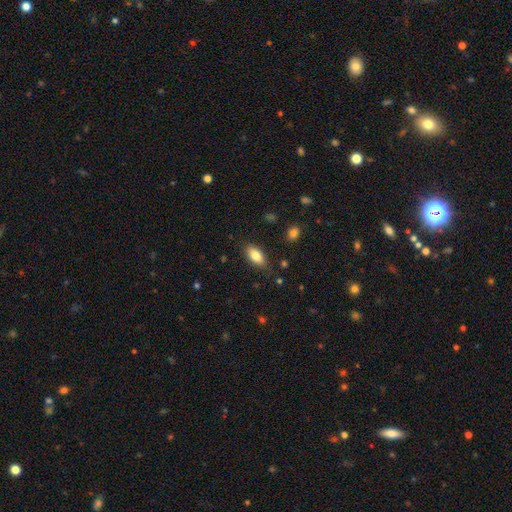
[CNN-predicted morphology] A smooth galaxy with no disk features (82%) that is in between round and cigar-shaped (88%).

Vote fractions:
- Smooth or featured? smooth: 82% / featured or disk: 10% / star or artifact: 7%
- How rounded? in between: 88% / cigar-shaped: 9% / round: 3%
- Merging? none: 81% / minor disturbance: 15% / major disturbance: 3% / merger: 2%